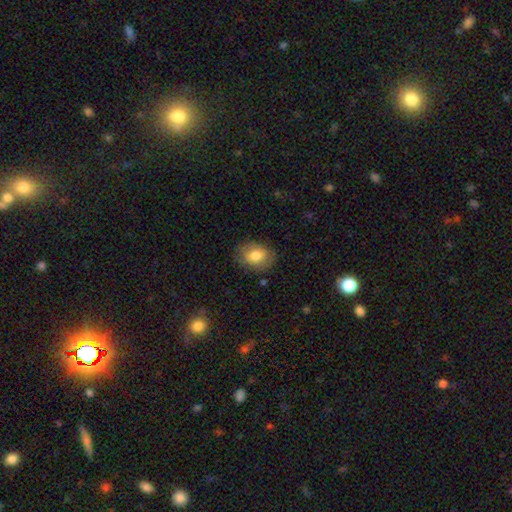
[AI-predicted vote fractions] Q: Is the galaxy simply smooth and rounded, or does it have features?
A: smooth — 76%.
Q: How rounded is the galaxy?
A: in between — 65%.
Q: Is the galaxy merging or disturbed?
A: none — 79%.